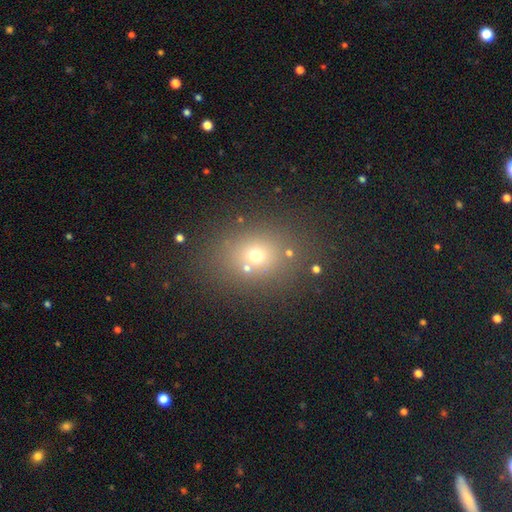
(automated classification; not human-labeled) Overall: smooth (60%; star or artifact 27%). How rounded: round (53%; in between 46%). Merging: none (75%).